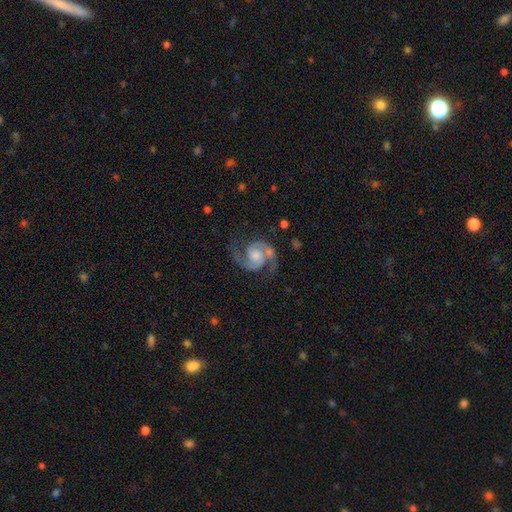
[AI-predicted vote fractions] Q: Smooth or featured?
A: featured or disk (92%); runner-up: star or artifact (4%)
Q: Edge-on disk?
A: no (98%); runner-up: yes (2%)
Q: Bar?
A: no (68%); runner-up: weak (26%)
Q: Spiral arms?
A: yes (98%); runner-up: no (2%)
Q: Spiral winding?
A: medium (63%); runner-up: tight (19%)
Q: Spiral arm count?
A: 2 (94%); runner-up: can't tell (1%)
Q: Bulge size?
A: moderate (40%); runner-up: small (25%)
Q: Merging?
A: none (79%); runner-up: minor disturbance (13%)